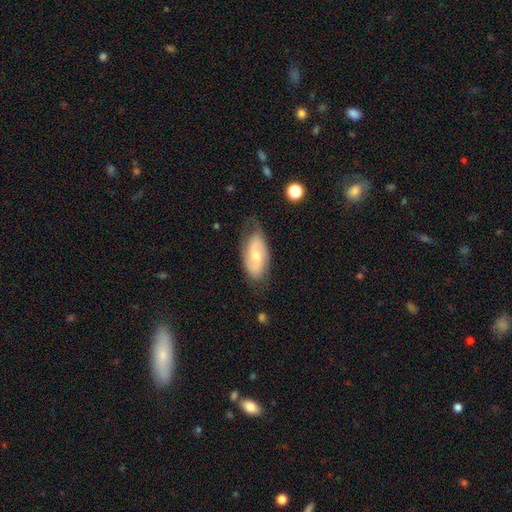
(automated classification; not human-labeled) Smooth or featured? featured or disk (60%)
Edge-on disk? no (93%)
Bar? no (56%)
Spiral arms? yes (85%)
Bulge size? moderate (53%)
Merging? none (66%)